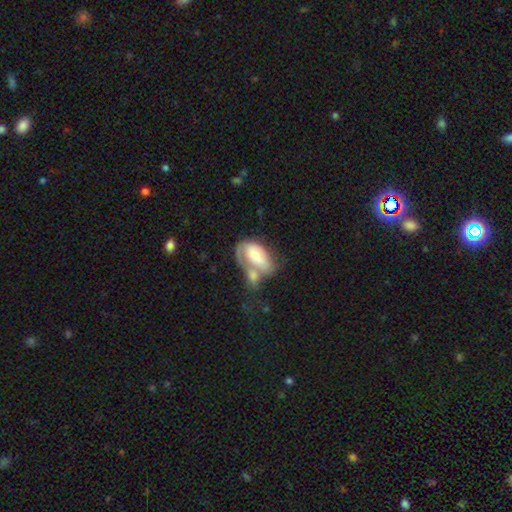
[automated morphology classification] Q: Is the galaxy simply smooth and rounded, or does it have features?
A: smooth — 51%.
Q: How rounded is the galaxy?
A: in between — 91%.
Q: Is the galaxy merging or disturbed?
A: merger — 53%.